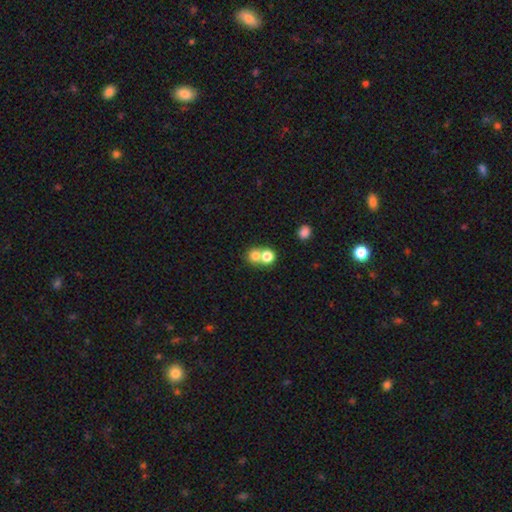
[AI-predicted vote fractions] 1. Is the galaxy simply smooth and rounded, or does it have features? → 76% smooth, 13% star or artifact, 12% featured or disk.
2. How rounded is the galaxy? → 82% round, 17% in between, 1% cigar-shaped.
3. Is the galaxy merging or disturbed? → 54% merger, 39% none, 5% minor disturbance, 3% major disturbance.